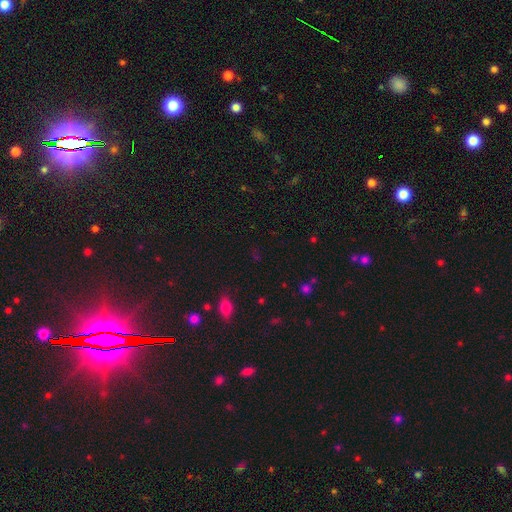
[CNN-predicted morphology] Smooth or featured? Predicted: star or artifact (p=0.51).